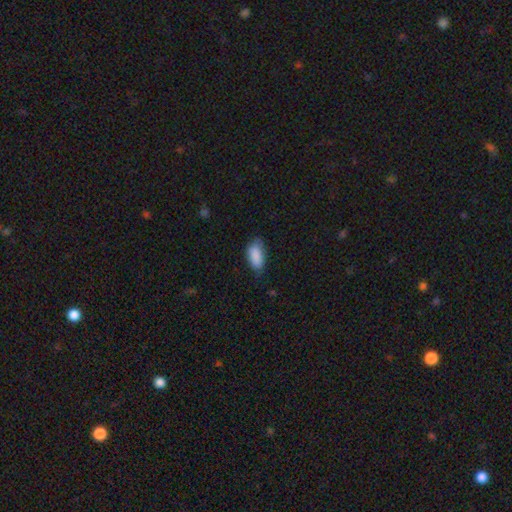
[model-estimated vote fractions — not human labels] A smooth galaxy with no disk features (87%) that is in between round and cigar-shaped (91%).

Vote fractions:
- Smooth or featured? smooth: 87% / star or artifact: 7% / featured or disk: 6%
- How rounded? in between: 91% / cigar-shaped: 6% / round: 3%
- Merging? none: 63% / minor disturbance: 29% / major disturbance: 6% / merger: 1%